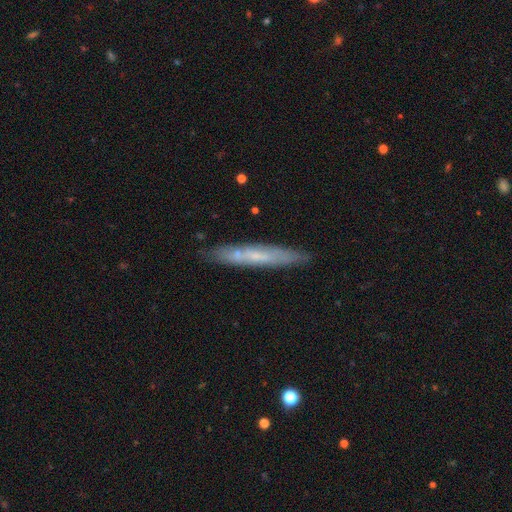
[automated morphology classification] type=smooth (47%); merging=none (84%).